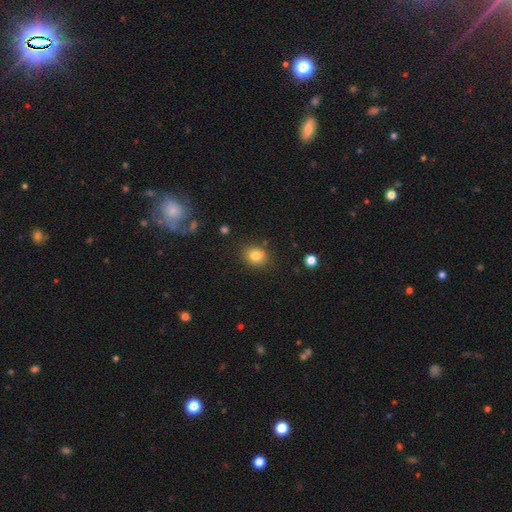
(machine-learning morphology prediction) This appears to be a smooth galaxy with no disk features (80%) that is round (67%). Merging: none (75%).